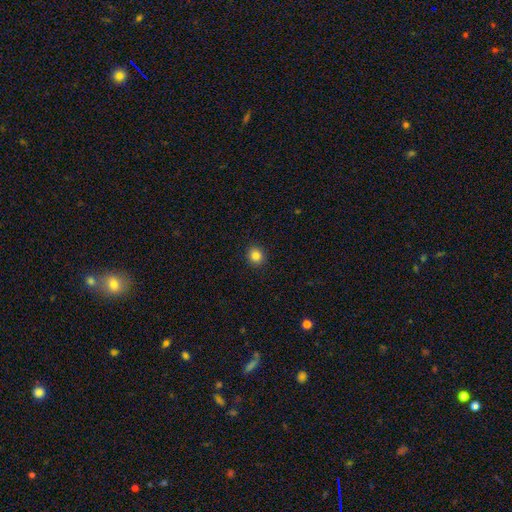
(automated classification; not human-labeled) Q: Smooth or featured?
A: smooth (84%); runner-up: star or artifact (11%)
Q: How rounded?
A: round (85%); runner-up: in between (14%)
Q: Merging?
A: none (92%); runner-up: minor disturbance (5%)